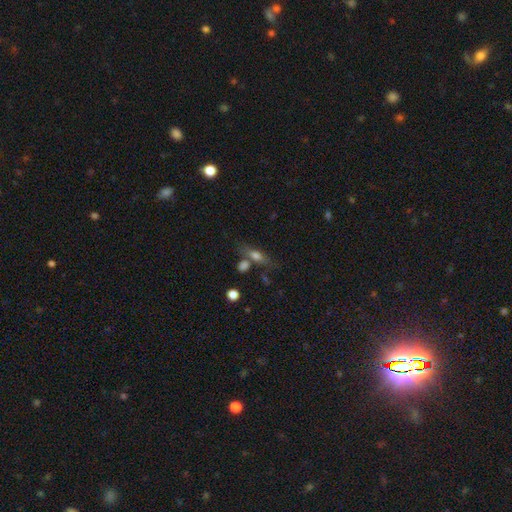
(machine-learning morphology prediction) Smooth or featured? Predicted: smooth (p=0.65). How rounded? Predicted: in between (p=0.59). Merging? Predicted: none (p=0.57).